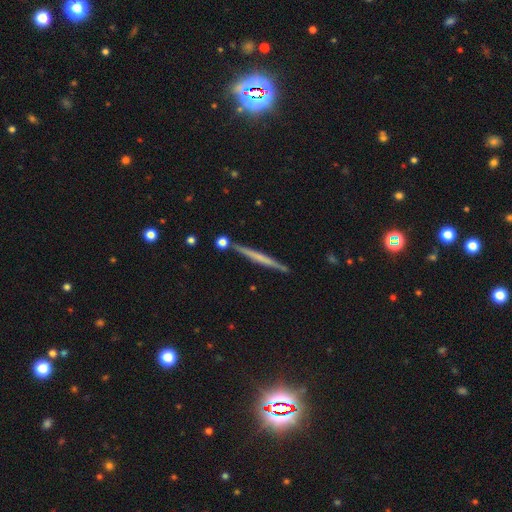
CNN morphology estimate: A featured or disk galaxy (51%) viewed edge-on (93%). Merging: none (86%).